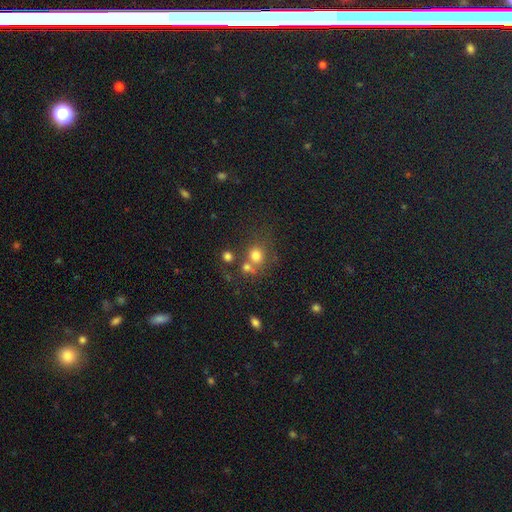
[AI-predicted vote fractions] smooth-or-featured: smooth: 73% | star or artifact: 16% | featured or disk: 11%
  how-rounded: round: 79% | in between: 20% | cigar-shaped: 1%
  merging: none: 52% | merger: 31% | minor disturbance: 11% | major disturbance: 6%